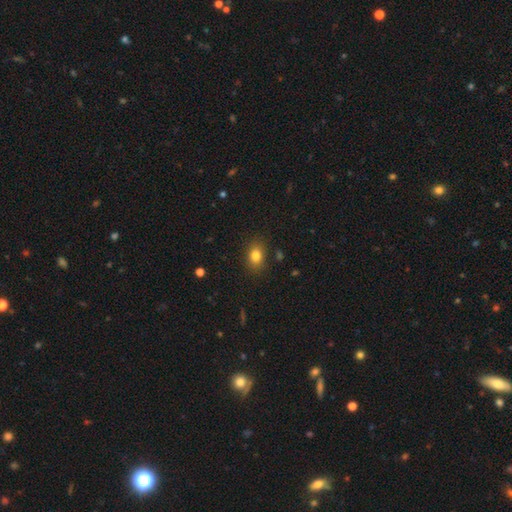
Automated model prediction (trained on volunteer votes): smooth 82%, star or artifact 11%, featured or disk 7%. Down the decision tree: how rounded — in between (67%); merging — none (85%).